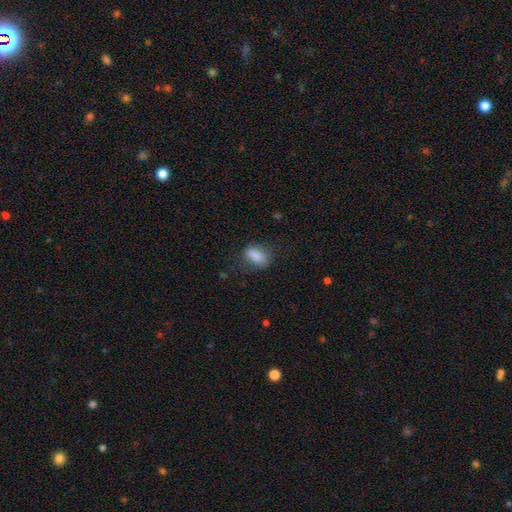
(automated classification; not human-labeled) This is clearly a smooth galaxy (85%). How rounded: clearly in between (84%). Merging: likely none (69%).